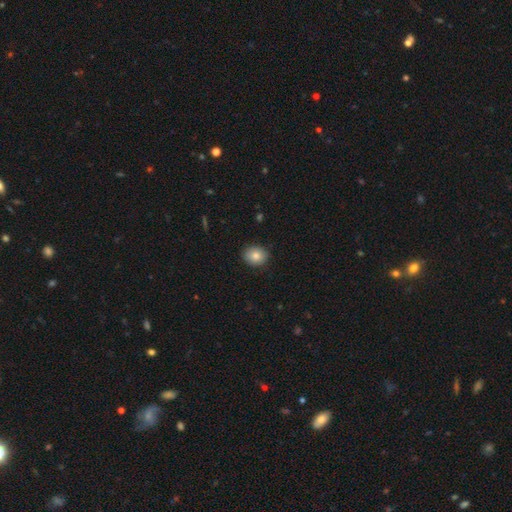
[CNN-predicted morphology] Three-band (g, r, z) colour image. It shows a smooth galaxy with no disk features (84%) that is round (61%). Merging: none (89%).